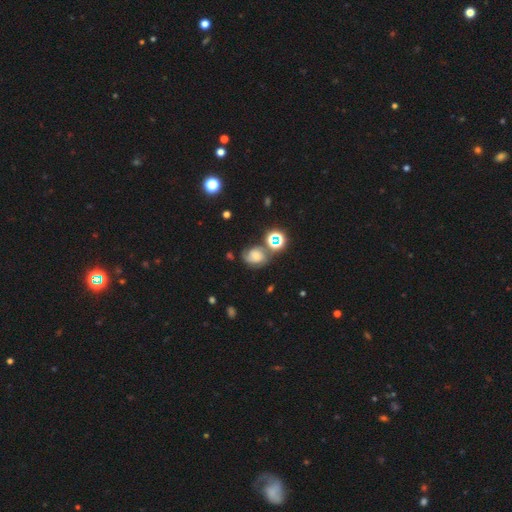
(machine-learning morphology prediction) Smooth or featured?
  - featured or disk: 45% *
  - smooth: 33%
  - star or artifact: 21%
Merging?
  - none: 52% *
  - minor disturbance: 23%
  - major disturbance: 13%
  - merger: 12%